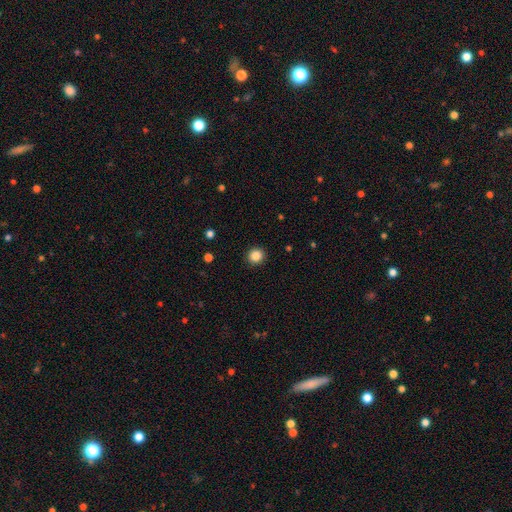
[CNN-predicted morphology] Q: Smooth or featured?
A: smooth (86%); runner-up: star or artifact (10%)
Q: How rounded?
A: round (92%); runner-up: in between (7%)
Q: Merging?
A: none (92%); runner-up: minor disturbance (5%)